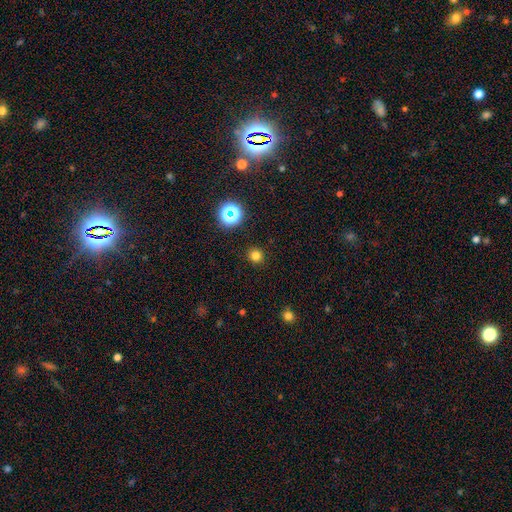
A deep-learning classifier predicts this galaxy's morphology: This appears to be a smooth galaxy with no disk features (76%) that is round (93%). Merging: none (92%).